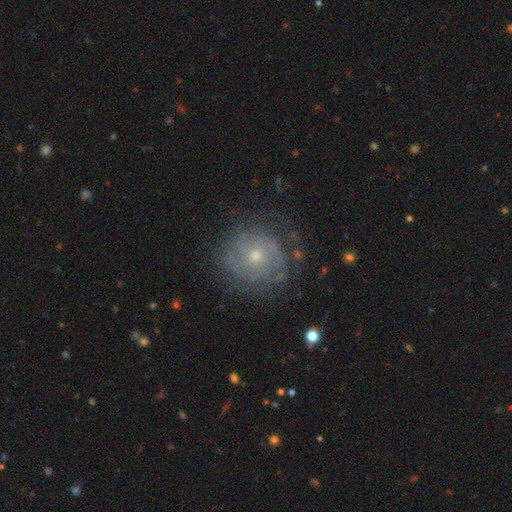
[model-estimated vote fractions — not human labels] featured or disk 73%, smooth 18%, star or artifact 9%. Down the decision tree: edge-on disk — no (97%); bar — no (83%); spiral arms — yes (86%); spiral arm count — can't tell (47%); spiral winding — tight (71%); bulge size — small (59%); merging — none (73%).